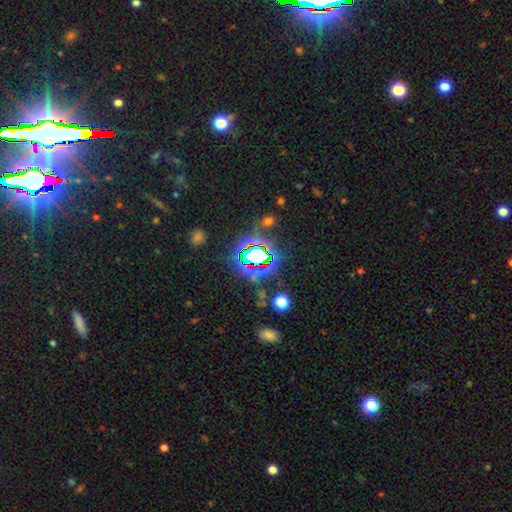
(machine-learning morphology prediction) smooth_or_featured: star or artifact (p=0.72) [alt: smooth p=0.18]